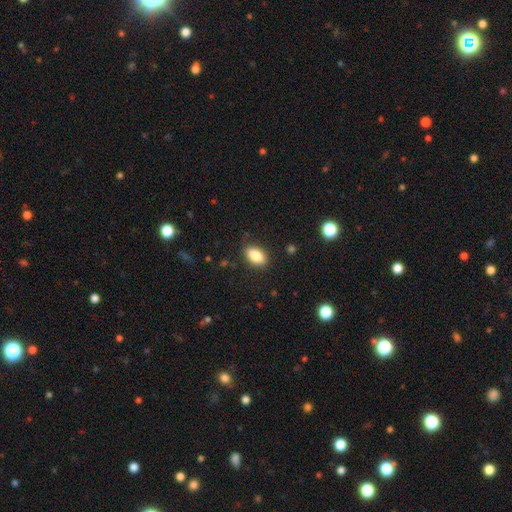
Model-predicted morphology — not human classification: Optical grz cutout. It shows a smooth galaxy with no disk features (86%) that is in between round and cigar-shaped (90%). Merging: none (86%).